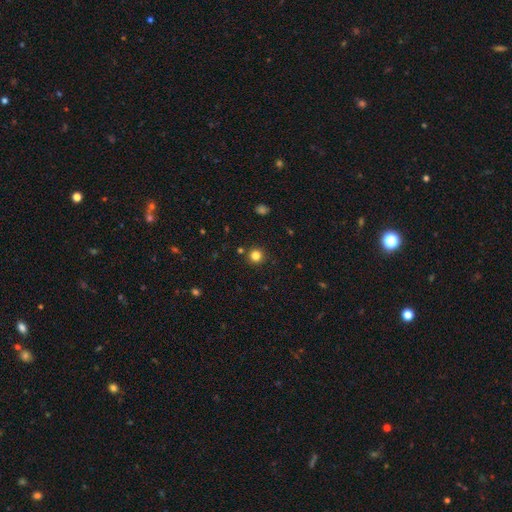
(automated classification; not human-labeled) Smooth or featured: smooth — 81% (star or artifact — 14%)
How rounded: round — 94% (in between — 5%)
Merging: none — 90% (minor disturbance — 6%)